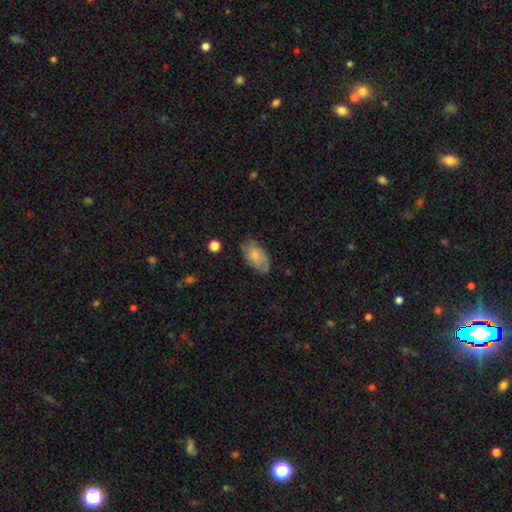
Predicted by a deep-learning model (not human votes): This is likely a smooth galaxy (61%). How rounded: clearly in between (92%). Merging: likely none (68%).